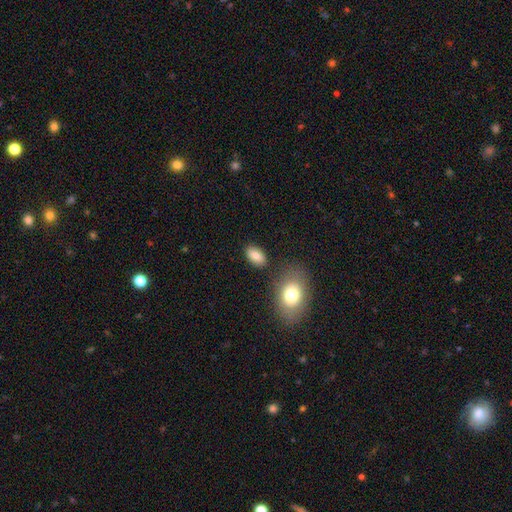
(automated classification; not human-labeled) Overall: smooth (82%). How rounded: in between (90%). Merging: none (80%).